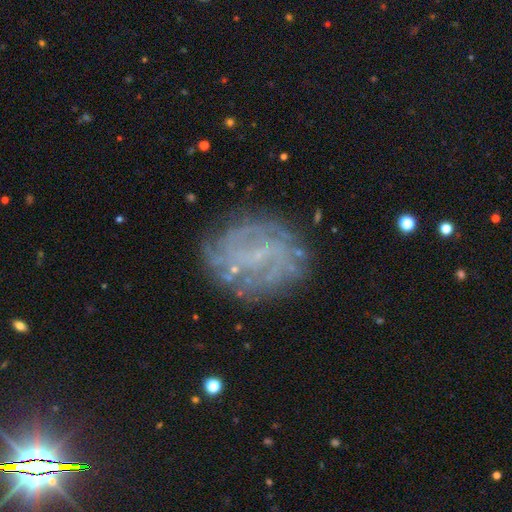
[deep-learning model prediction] Morphology: type=featured or disk (71%); edge-on=no (97%); bar=weak (44%); spiral arms=yes (76%); winding=tight (50%); arm count=can't tell (50%); bulge=small (49%); merging=none (76%).